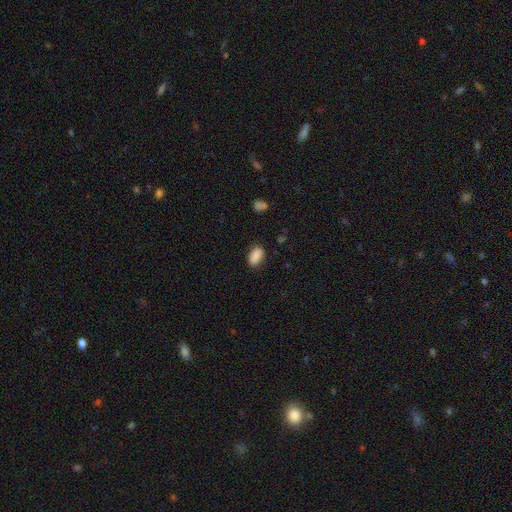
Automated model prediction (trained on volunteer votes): A smooth galaxy with no disk features (88%) that is in between round and cigar-shaped (92%). Merging: none (82%).